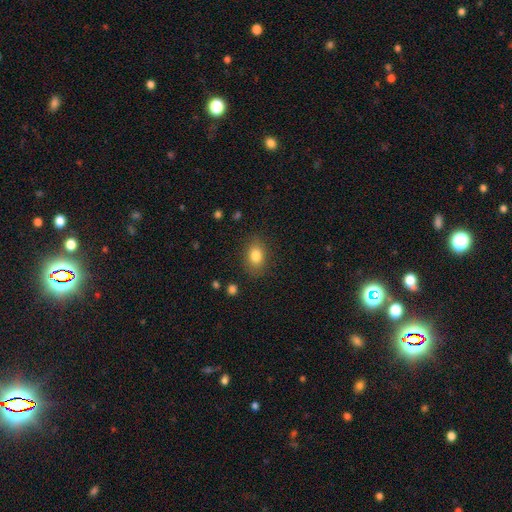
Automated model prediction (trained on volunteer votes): This appears to be a smooth galaxy with no disk features (82%) that is in between round and cigar-shaped (76%). Merging: none (84%).